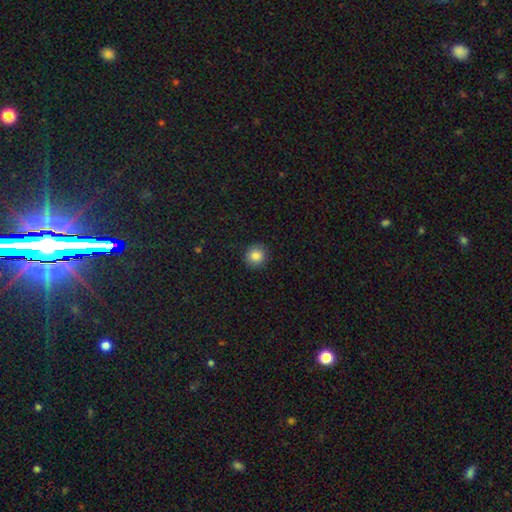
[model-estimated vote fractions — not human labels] Overall: smooth (85%). How rounded: round (90%). Merging: none (89%).